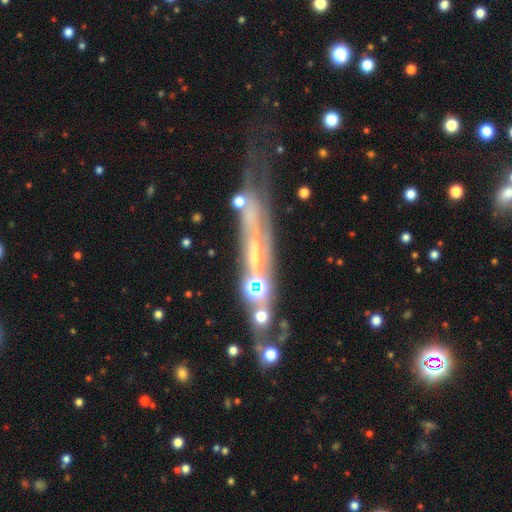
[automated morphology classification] This is likely a featured or disk galaxy (63%). It is likely viewed edge-on (62%). Merging: marginally none (43%).